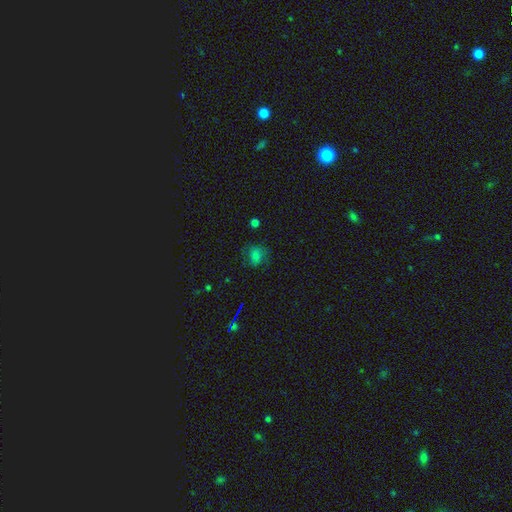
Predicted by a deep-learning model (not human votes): Q: Smooth or featured?
A: smooth (69%); runner-up: star or artifact (18%)
Q: How rounded?
A: round (68%); runner-up: in between (31%)
Q: Merging?
A: none (67%); runner-up: minor disturbance (22%)